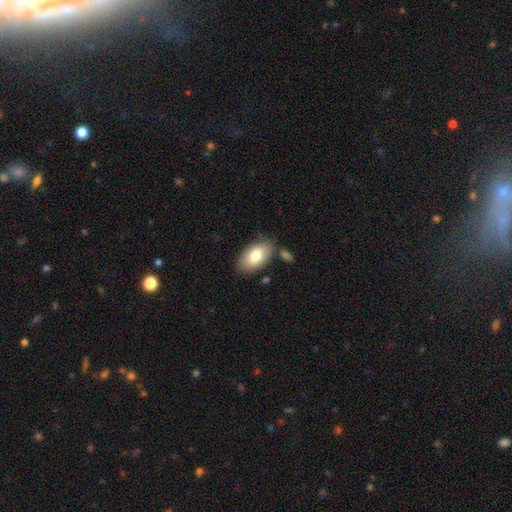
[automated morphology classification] Smooth or featured? smooth (79%)
How rounded? in between (94%)
Merging? none (78%)